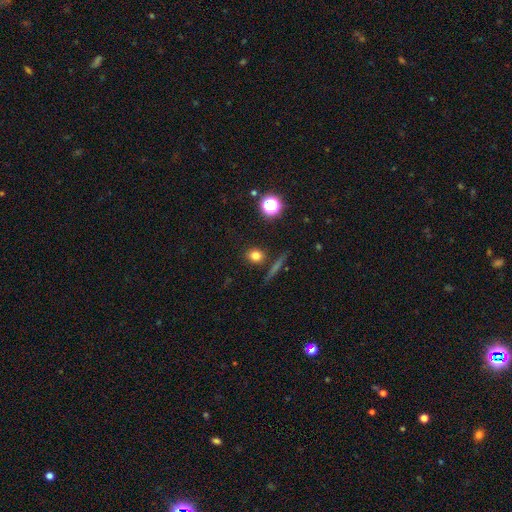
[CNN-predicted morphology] type=smooth (77%); roundness=round (75%); merging=none (84%).